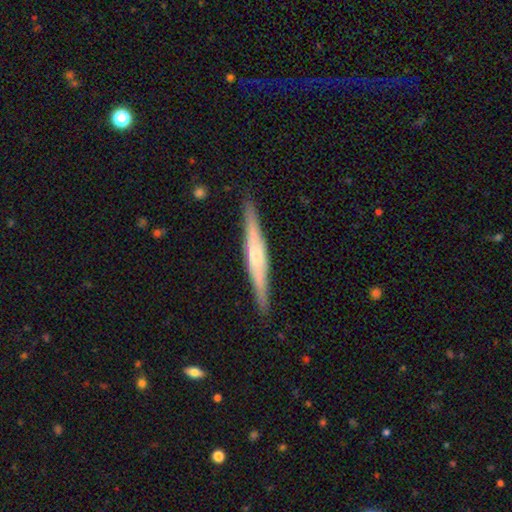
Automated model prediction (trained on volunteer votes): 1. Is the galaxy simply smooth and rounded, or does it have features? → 68% featured or disk, 27% smooth, 5% star or artifact.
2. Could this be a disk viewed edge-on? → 97% yes, 3% no.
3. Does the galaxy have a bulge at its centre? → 70% rounded, 15% none, 14% boxy.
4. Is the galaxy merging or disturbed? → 89% none, 8% minor disturbance, 2% major disturbance, 1% merger.